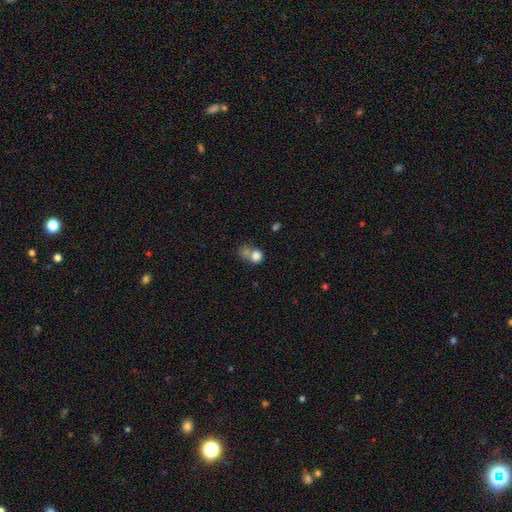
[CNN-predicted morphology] Smooth or featured: smooth — 80% (star or artifact — 11%)
How rounded: round — 67% (in between — 32%)
Merging: merger — 49% (none — 31%)